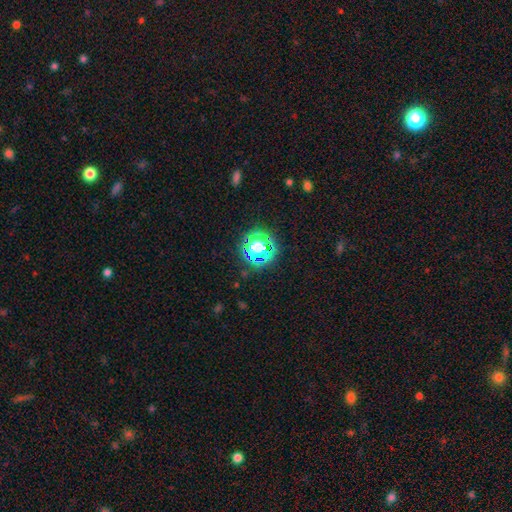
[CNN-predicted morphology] smooth-or-featured: star or artifact: 75% | smooth: 18% | featured or disk: 7%